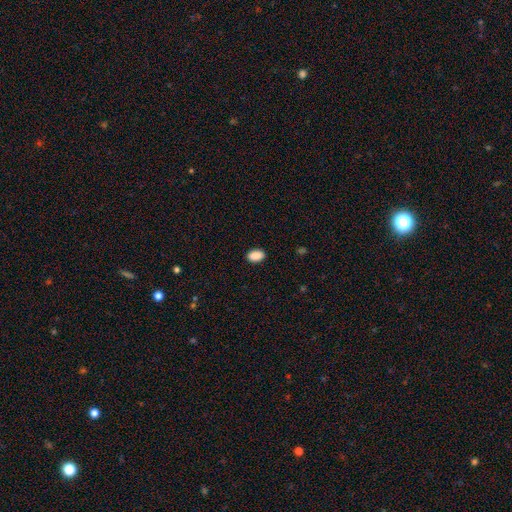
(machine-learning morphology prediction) type=smooth (90%); roundness=in between (91%); merging=none (89%).